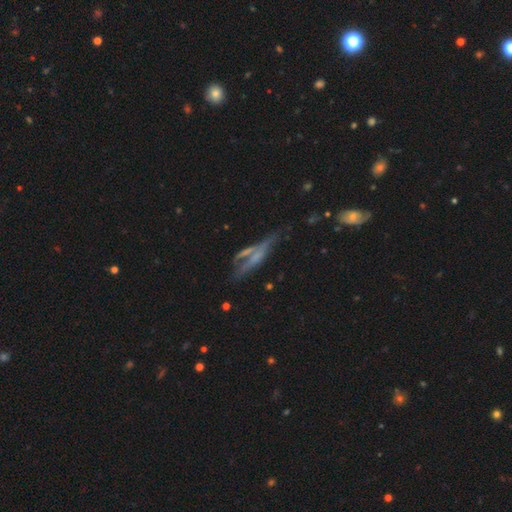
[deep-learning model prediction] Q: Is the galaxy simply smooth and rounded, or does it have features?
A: featured or disk — 52%.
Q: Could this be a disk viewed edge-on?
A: yes — 68%.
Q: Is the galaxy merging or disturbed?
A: none — 39%.